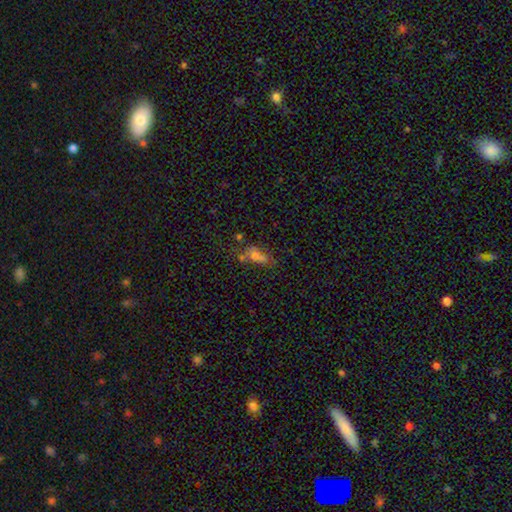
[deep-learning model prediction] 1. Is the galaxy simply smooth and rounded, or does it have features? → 56% smooth, 23% featured or disk, 20% star or artifact.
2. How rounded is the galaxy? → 62% in between, 29% round, 9% cigar-shaped.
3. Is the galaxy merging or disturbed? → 41% merger, 31% none, 15% minor disturbance, 12% major disturbance.